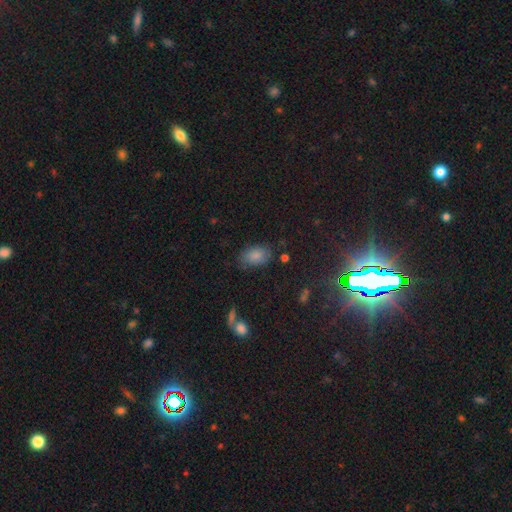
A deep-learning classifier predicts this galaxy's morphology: A smooth galaxy with no disk features (83%) that is in between round and cigar-shaped (88%).

Vote fractions:
- Smooth or featured? smooth: 83% / star or artifact: 10% / featured or disk: 7%
- How rounded? in between: 88% / round: 11% / cigar-shaped: 1%
- Merging? none: 76% / minor disturbance: 17% / major disturbance: 5% / merger: 2%